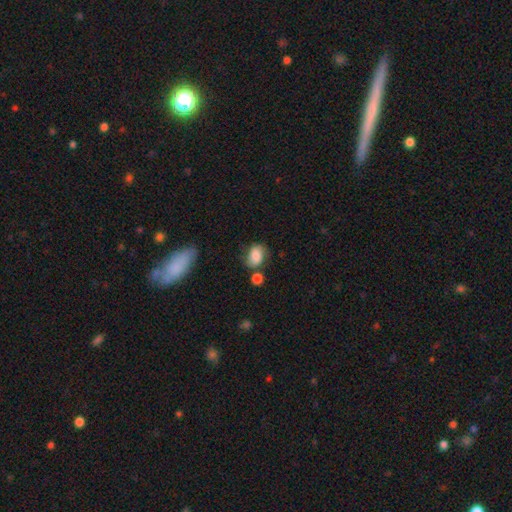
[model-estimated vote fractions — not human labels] Smooth or featured? smooth (74%)
How rounded? in between (72%)
Merging? none (53%)